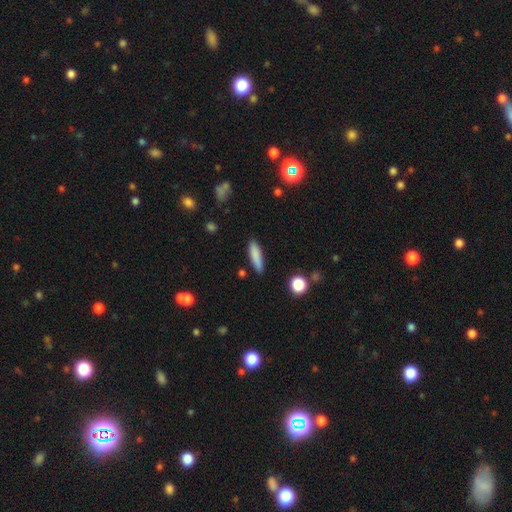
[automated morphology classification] Smooth or featured?
  - smooth: 84% *
  - featured or disk: 9%
  - star or artifact: 7%
How rounded?
  - cigar-shaped: 74% *
  - in between: 24%
  - round: 2%
Merging?
  - none: 87% *
  - minor disturbance: 9%
  - merger: 2%
  - major disturbance: 2%